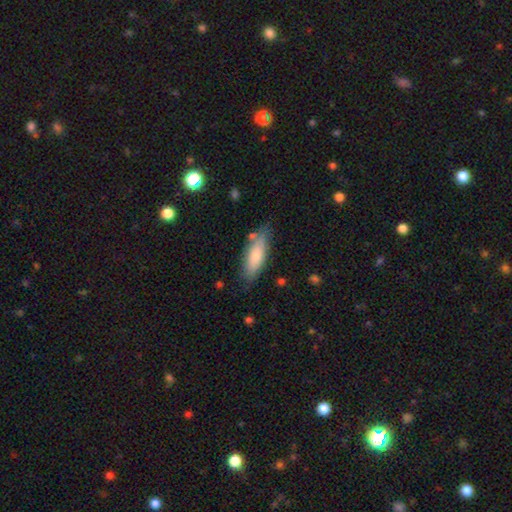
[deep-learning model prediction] This appears to be a smooth galaxy with no disk features (75%) that is in between round and cigar-shaped (62%). Merging: none (74%).